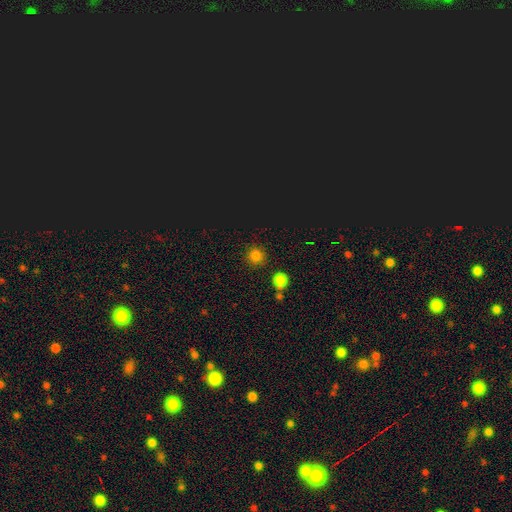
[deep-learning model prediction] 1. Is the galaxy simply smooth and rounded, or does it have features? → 77% smooth, 19% star or artifact, 4% featured or disk.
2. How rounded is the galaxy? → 93% round, 6% in between, 1% cigar-shaped.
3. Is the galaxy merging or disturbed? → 86% none, 7% minor disturbance, 4% merger, 3% major disturbance.